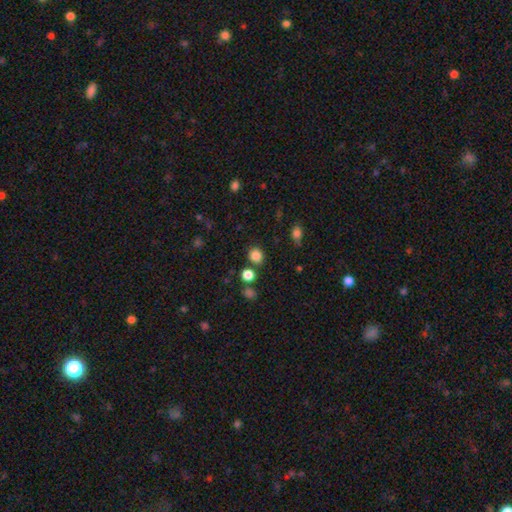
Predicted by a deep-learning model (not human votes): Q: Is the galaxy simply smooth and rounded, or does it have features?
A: smooth — 83%.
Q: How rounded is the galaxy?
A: round — 75%.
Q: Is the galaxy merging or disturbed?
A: none — 80%.